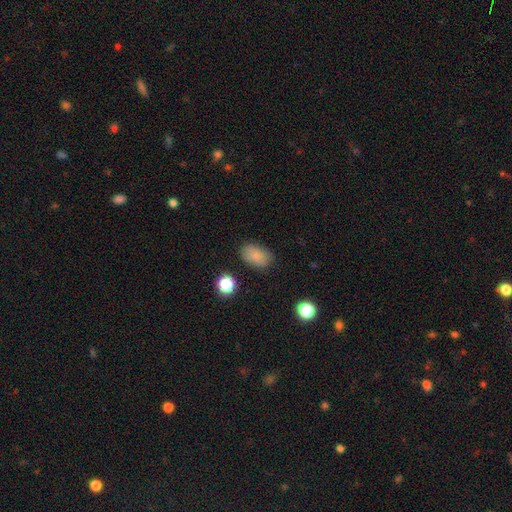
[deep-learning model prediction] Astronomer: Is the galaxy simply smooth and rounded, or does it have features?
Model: smooth — 83%.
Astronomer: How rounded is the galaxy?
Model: in between — 86%.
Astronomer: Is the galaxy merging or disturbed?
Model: none — 81%.